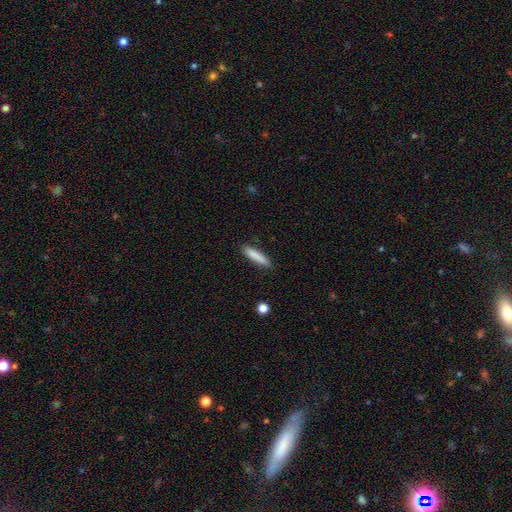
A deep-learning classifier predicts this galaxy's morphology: This is clearly a smooth galaxy (84%). How rounded: clearly cigar-shaped (85%). Merging: clearly none (85%).